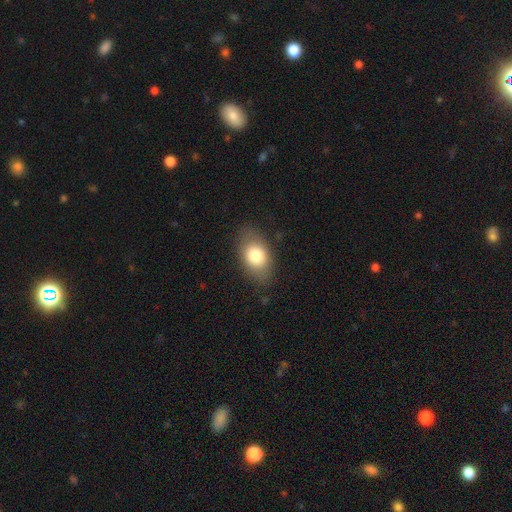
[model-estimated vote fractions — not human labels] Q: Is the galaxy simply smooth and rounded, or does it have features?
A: smooth — 78%.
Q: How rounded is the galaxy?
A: in between — 84%.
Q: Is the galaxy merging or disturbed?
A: none — 80%.